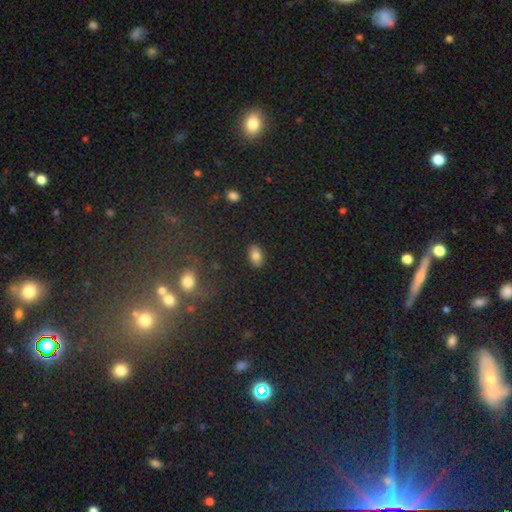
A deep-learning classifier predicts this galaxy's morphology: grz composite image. It shows a smooth galaxy with no disk features (82%) that is in between round and cigar-shaped (85%). Merging: none (86%).